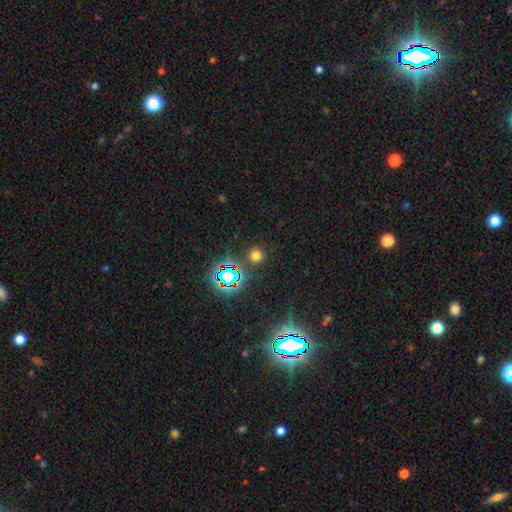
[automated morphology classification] Q: Smooth or featured?
A: smooth (63%); runner-up: star or artifact (31%)
Q: How rounded?
A: round (92%); runner-up: in between (7%)
Q: Merging?
A: none (87%); runner-up: minor disturbance (7%)